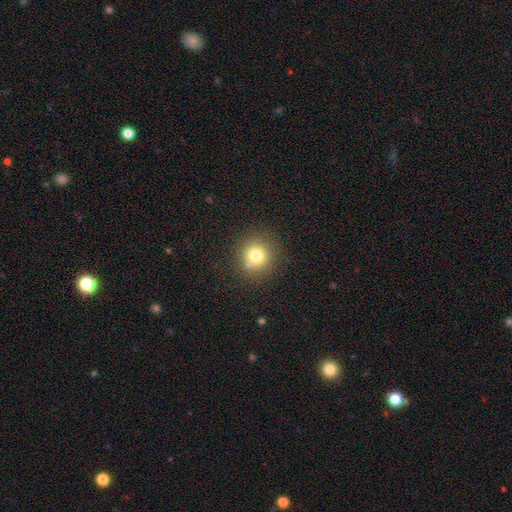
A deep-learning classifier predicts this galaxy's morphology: type=smooth (76%); roundness=round (91%); merging=none (78%).